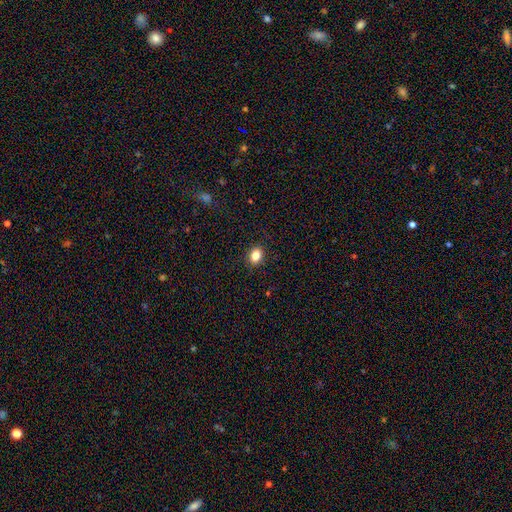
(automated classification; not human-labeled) The model was most divided on "how rounded": in between: 66%, round: 32%, cigar-shaped: 1%. More confident: merging — none (89%); smooth or featured — smooth (85%).